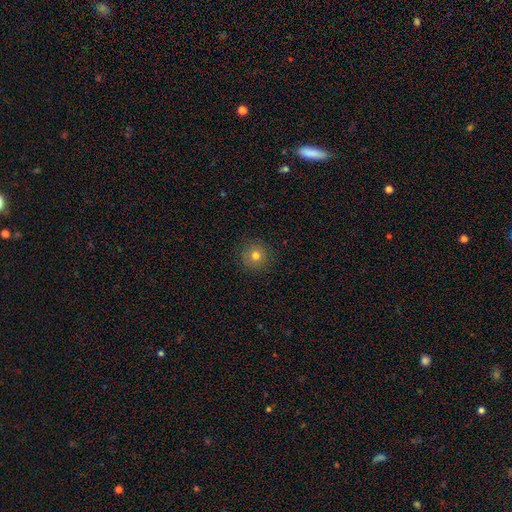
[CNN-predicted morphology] This is likely a smooth galaxy (77%). How rounded: clearly round (94%). Merging: clearly none (89%).